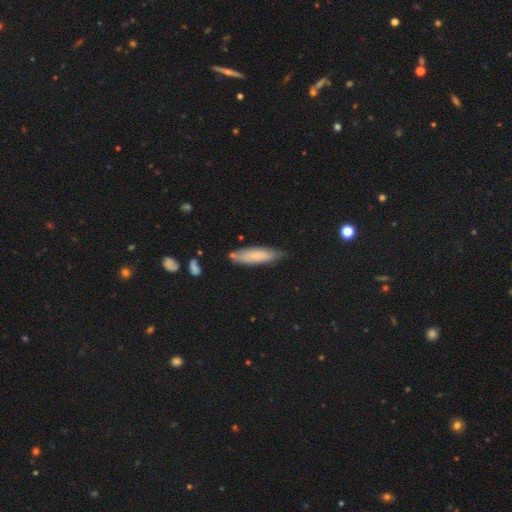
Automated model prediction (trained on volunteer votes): Q: Smooth or featured?
A: smooth (72%); runner-up: featured or disk (22%)
Q: How rounded?
A: cigar-shaped (64%); runner-up: in between (35%)
Q: Merging?
A: none (72%); runner-up: minor disturbance (21%)